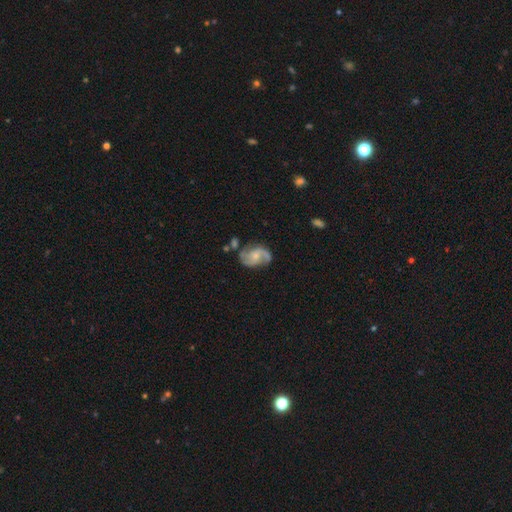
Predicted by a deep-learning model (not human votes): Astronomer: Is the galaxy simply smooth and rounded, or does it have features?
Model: featured or disk — 85%.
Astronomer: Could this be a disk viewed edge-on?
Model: no — 98%.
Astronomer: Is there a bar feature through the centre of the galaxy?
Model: no — 60%.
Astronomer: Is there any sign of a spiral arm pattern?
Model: yes — 97%.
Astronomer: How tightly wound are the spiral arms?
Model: medium — 52% (runner-up: loose, 28%).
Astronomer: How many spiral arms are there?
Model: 2 — 66%.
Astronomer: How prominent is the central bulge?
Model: small — 53% (runner-up: moderate, 38%).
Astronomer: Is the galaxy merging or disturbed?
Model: none — 63%.